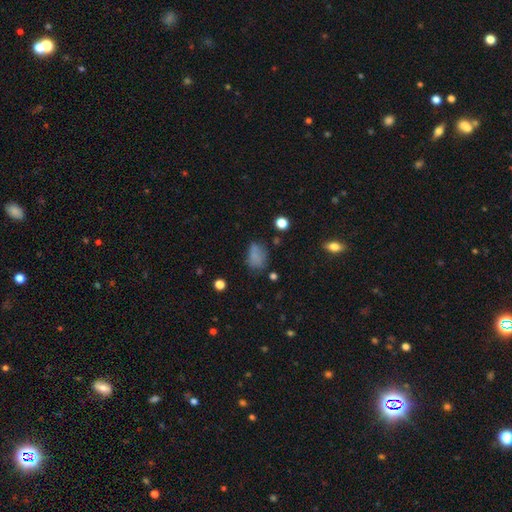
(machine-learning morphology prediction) Smooth or featured: smooth — 73% (star or artifact — 15%)
How rounded: in between — 78% (round — 21%)
Merging: none — 52% (minor disturbance — 28%)